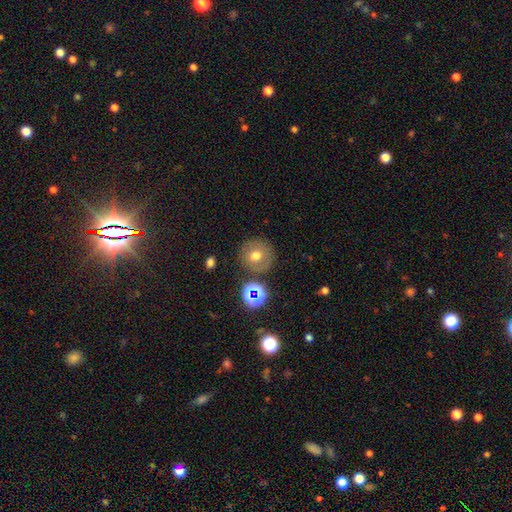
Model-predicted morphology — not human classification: type=smooth (63%); roundness=round (93%); merging=none (82%).